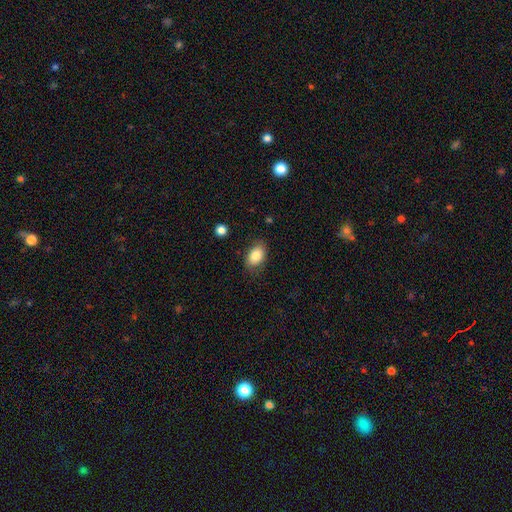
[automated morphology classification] smooth_or_featured: smooth (p=0.83) [alt: featured or disk p=0.09]
how_rounded: in between (p=0.85) [alt: round p=0.13]
merging: none (p=0.79) [alt: minor disturbance p=0.16]